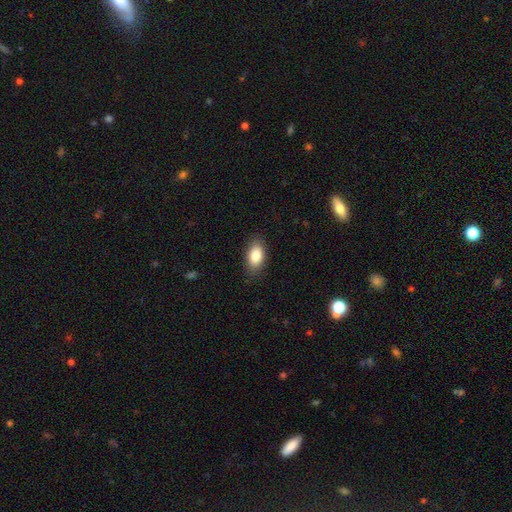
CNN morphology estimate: Smooth or featured? smooth (85%)
How rounded? in between (92%)
Merging? none (85%)